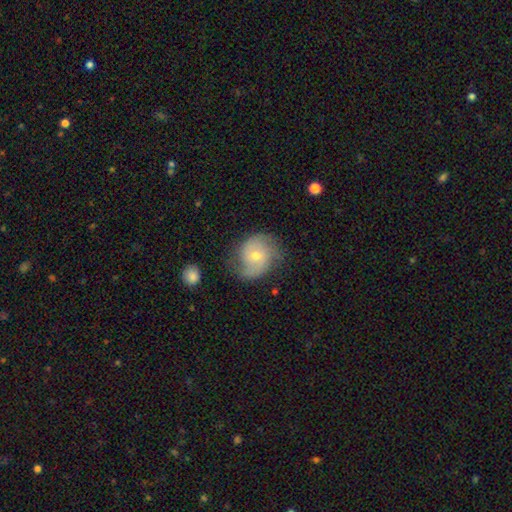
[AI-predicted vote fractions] This appears to be a featured or disk galaxy (69%) with no bar (63%), 2 (76%) medium (45%) spiral arms (92%) and a small central bulge (54%). Merging: none (68%).